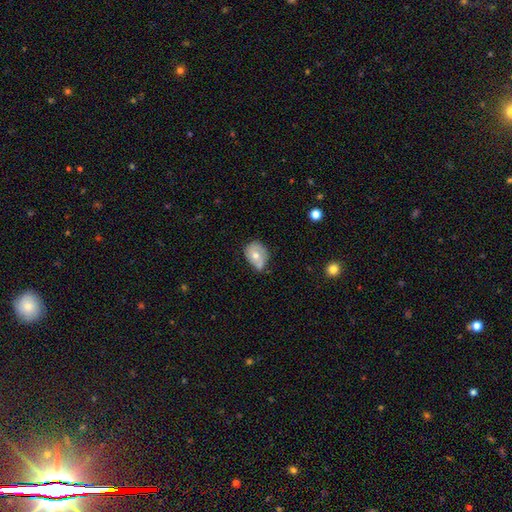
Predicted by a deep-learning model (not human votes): smooth 53%, featured or disk 39%, star or artifact 8%. Down the decision tree: how rounded — in between (59%); merging — none (44%).